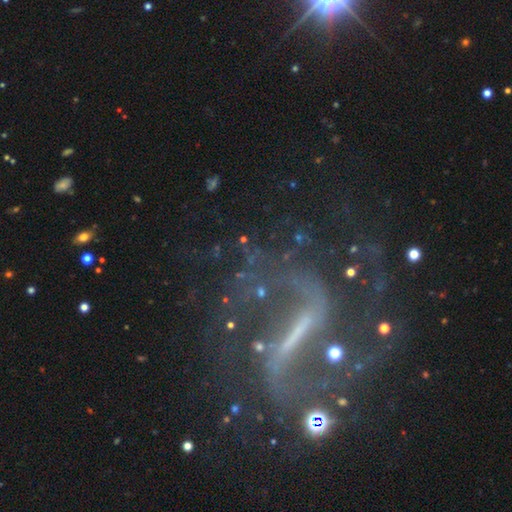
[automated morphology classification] This is clearly a featured or disk galaxy (80%). It is clearly not viewed edge-on (93%). Bar: likely strong (70%). Spiral arm pattern: clearly yes (86%). Spiral arm count: clearly 2 (81%). Spiral winding: likely loose (61%). Central bulge: possibly none (50%). Merging: possibly none (52%).